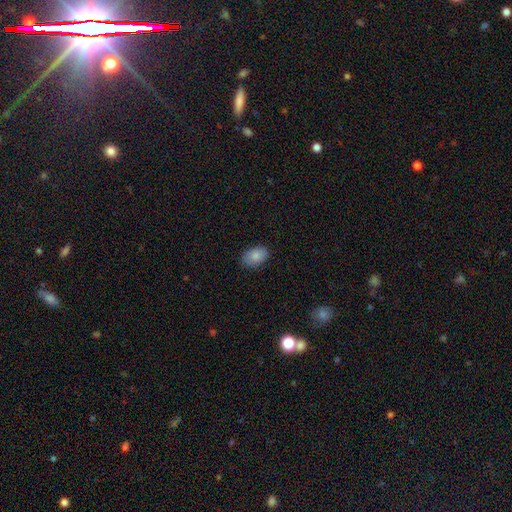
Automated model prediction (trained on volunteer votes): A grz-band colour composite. It shows a smooth galaxy with no disk features (85%) that is in between round and cigar-shaped (88%). Merging: none (84%).